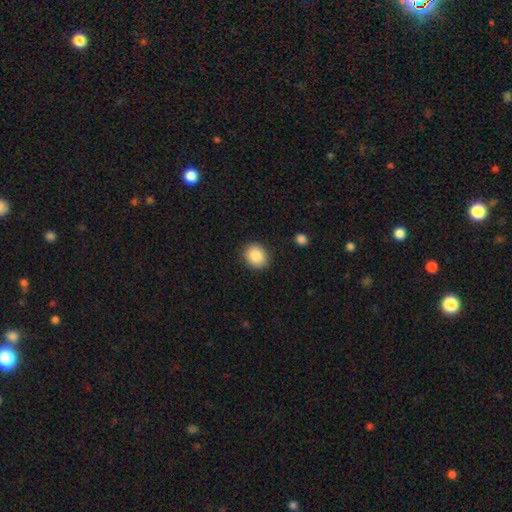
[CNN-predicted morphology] smooth_or_featured: smooth (p=0.87) [alt: star or artifact p=0.08]
how_rounded: round (p=0.68) [alt: in between p=0.31]
merging: none (p=0.88) [alt: minor disturbance p=0.08]